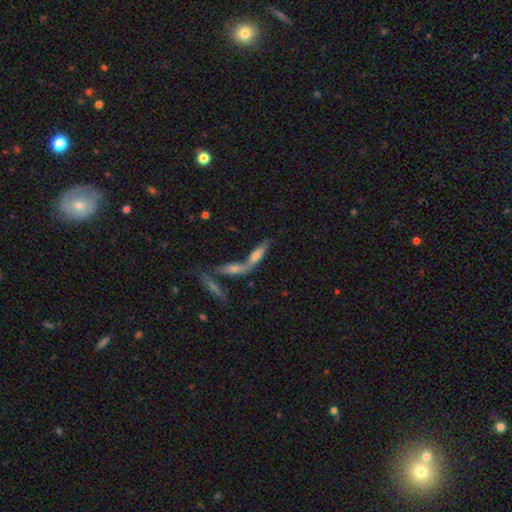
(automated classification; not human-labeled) Smooth or featured?
  - smooth: 48% *
  - featured or disk: 40%
  - star or artifact: 12%
Merging?
  - merger: 61% *
  - none: 27%
  - minor disturbance: 7%
  - major disturbance: 5%